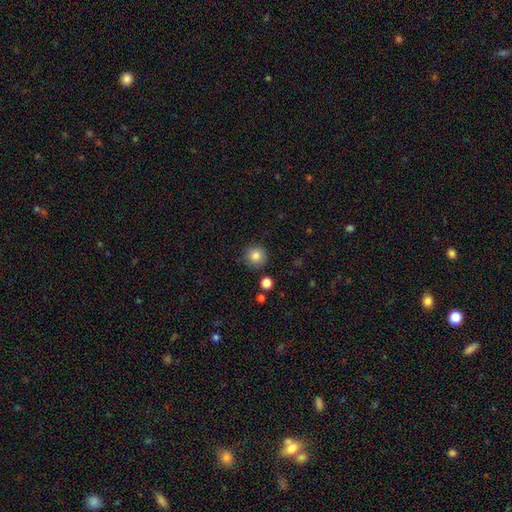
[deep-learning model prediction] A smooth galaxy with no disk features (85%) that is round (94%). Merging: none (87%).